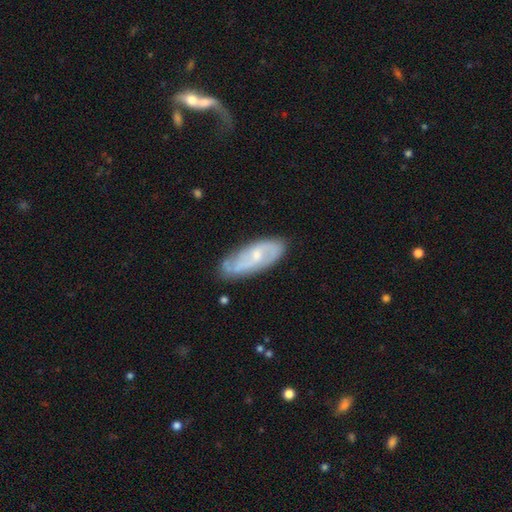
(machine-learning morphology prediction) Smooth or featured: featured or disk — 71% (smooth — 22%)
Edge-on disk: no — 90% (yes — 10%)
Bar: no — 49% (weak — 43%)
Spiral arms: yes — 90% (no — 10%)
Spiral winding: medium — 43% (tight — 28%)
Spiral arm count: 2 — 65% (can't tell — 20%)
Bulge size: small — 63% (moderate — 30%)
Merging: none — 74% (minor disturbance — 20%)